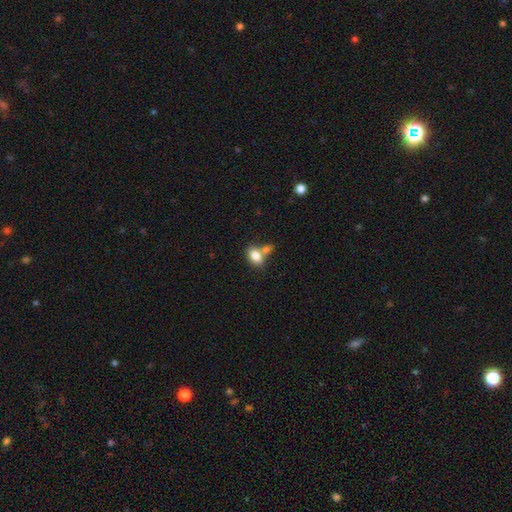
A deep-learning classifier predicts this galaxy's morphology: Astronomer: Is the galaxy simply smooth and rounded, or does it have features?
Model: smooth — 81%.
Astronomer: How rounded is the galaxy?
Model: in between — 83%.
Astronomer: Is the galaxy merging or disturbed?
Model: none — 46% (runner-up: merger, 39%).